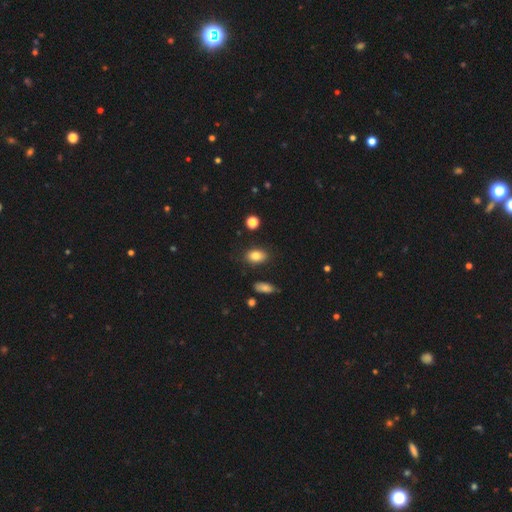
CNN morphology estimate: Smooth or featured? Predicted: smooth (p=0.82). How rounded? Predicted: in between (p=0.81). Merging? Predicted: none (p=0.84).